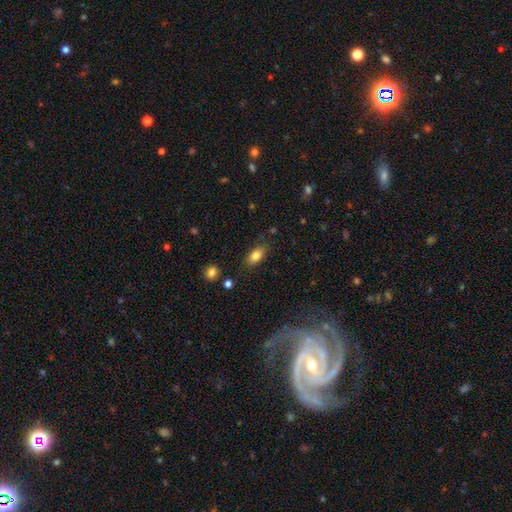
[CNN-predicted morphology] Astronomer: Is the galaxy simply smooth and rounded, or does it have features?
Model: smooth — 82%.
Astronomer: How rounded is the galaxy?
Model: in between — 87%.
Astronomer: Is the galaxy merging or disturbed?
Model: none — 80%.